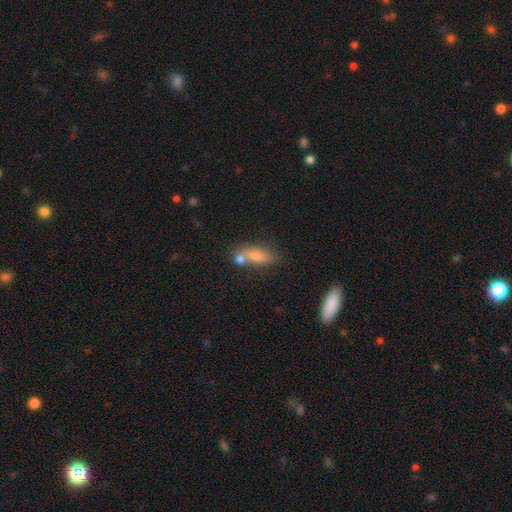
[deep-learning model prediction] smooth-or-featured: smooth: 75% | featured or disk: 15% | star or artifact: 9%
  how-rounded: in between: 74% | cigar-shaped: 19% | round: 7%
  merging: merger: 40% | none: 39% | minor disturbance: 14% | major disturbance: 7%